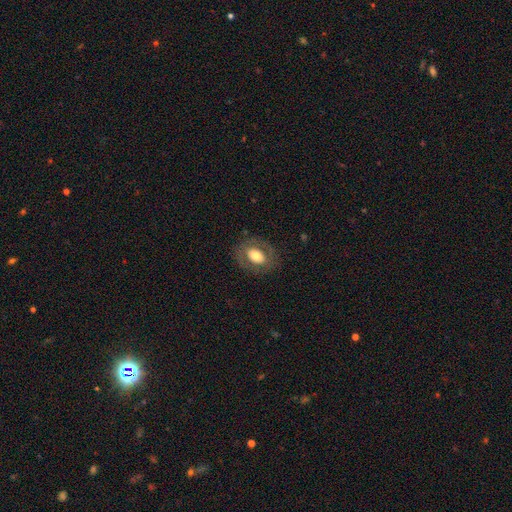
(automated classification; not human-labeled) Q: Smooth or featured?
A: smooth (57%); runner-up: featured or disk (35%)
Q: How rounded?
A: in between (67%); runner-up: round (32%)
Q: Merging?
A: none (79%); runner-up: minor disturbance (13%)